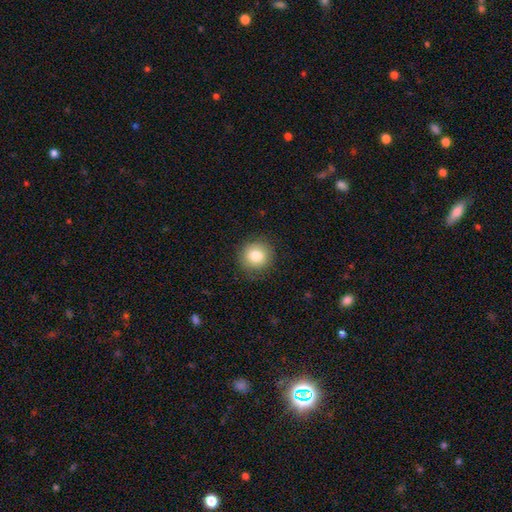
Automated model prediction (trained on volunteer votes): The model was most divided on "smooth or featured": smooth: 82%, star or artifact: 9%, featured or disk: 9%. More confident: how rounded — round (92%); merging — none (88%).